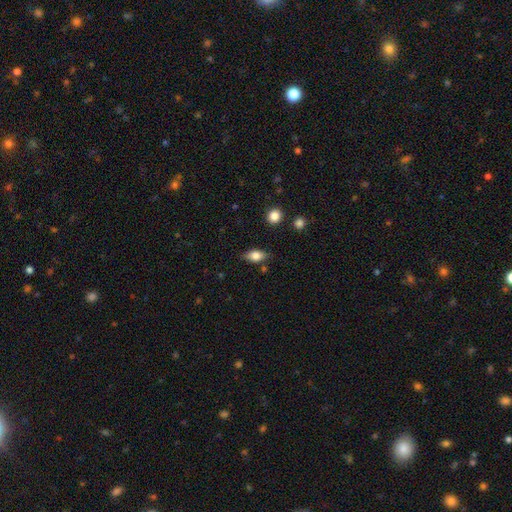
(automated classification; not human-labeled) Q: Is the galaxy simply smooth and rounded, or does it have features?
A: smooth — 74%.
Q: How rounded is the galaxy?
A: in between — 84%.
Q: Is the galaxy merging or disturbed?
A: none — 81%.